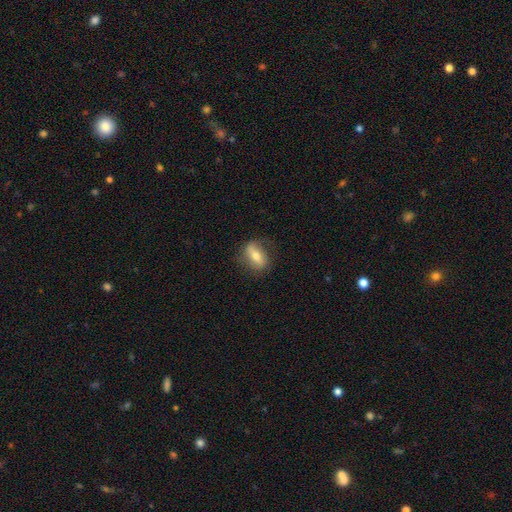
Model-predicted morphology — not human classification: Smooth or featured? smooth (50%)
How rounded? in between (73%)
Merging? none (73%)